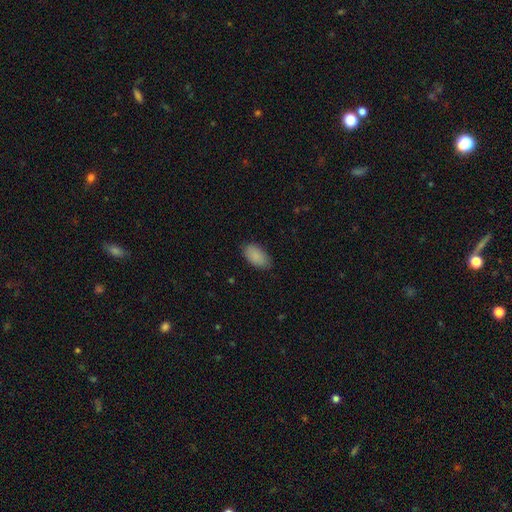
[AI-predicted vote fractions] A smooth galaxy with no disk features (89%) that is in between round and cigar-shaped (94%).

Vote fractions:
- Smooth or featured? smooth: 89% / star or artifact: 6% / featured or disk: 4%
- How rounded? in between: 94% / round: 3% / cigar-shaped: 2%
- Merging? none: 81% / minor disturbance: 15% / major disturbance: 3% / merger: 1%